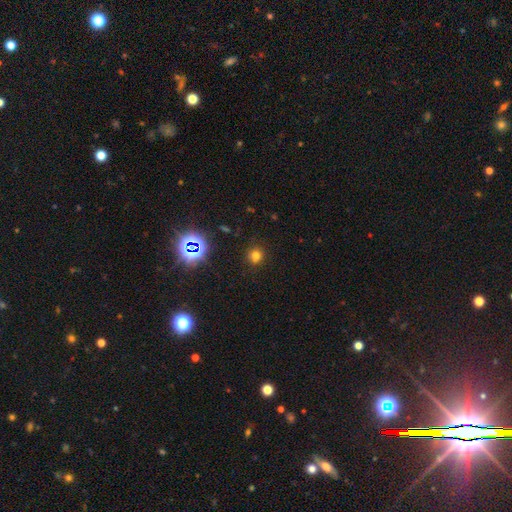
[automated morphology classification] Overall: smooth (69%). How rounded: round (88%). Merging: none (87%).